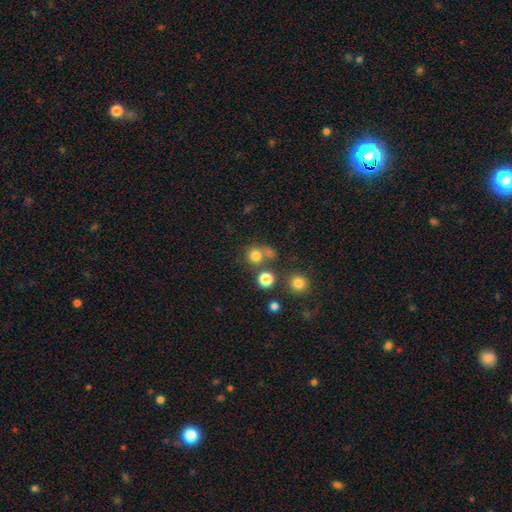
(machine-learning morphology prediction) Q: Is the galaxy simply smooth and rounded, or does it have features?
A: smooth — 77%.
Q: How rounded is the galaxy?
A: round — 88%.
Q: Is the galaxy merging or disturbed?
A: none — 61%.